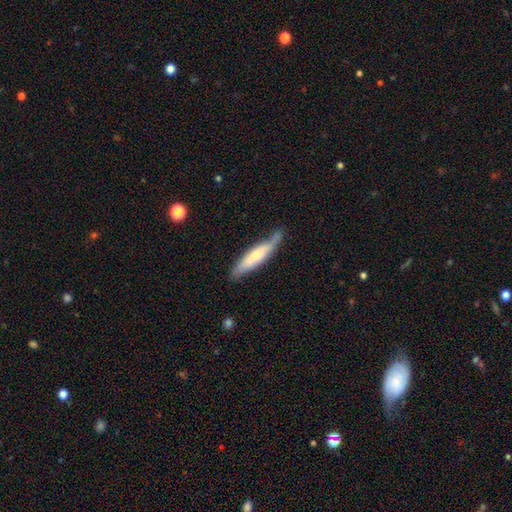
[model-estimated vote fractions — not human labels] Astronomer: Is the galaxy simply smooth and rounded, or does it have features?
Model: smooth — 55% (runner-up: featured or disk, 40%).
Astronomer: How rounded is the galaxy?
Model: cigar-shaped — 79%.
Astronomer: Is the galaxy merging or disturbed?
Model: none — 65%.